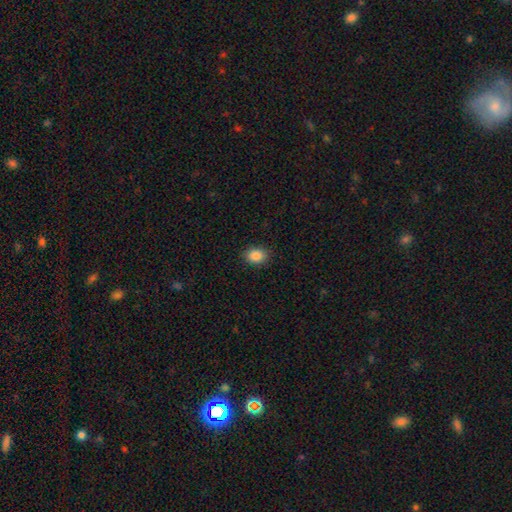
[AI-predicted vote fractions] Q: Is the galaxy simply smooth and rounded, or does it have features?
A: smooth — 86%.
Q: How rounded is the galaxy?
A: in between — 69%.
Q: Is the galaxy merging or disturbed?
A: none — 90%.